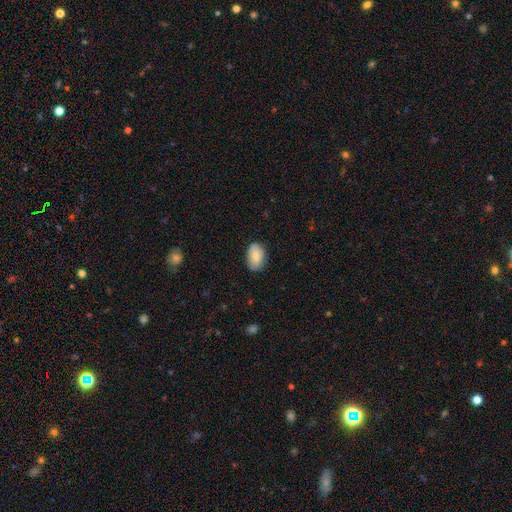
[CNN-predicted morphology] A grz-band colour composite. It shows a smooth galaxy with no disk features (77%) that is in between round and cigar-shaped (89%). Merging: none (82%).